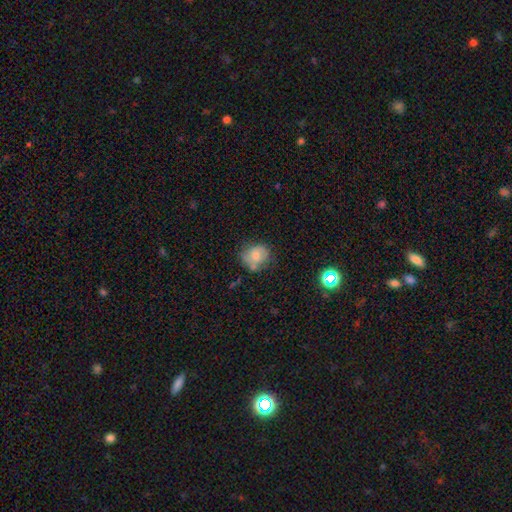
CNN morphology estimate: The model was most divided on "merging": none: 55%, minor disturbance: 27%, merger: 10%, major disturbance: 9%. More confident: how rounded — round (67%); smooth or featured — smooth (60%).